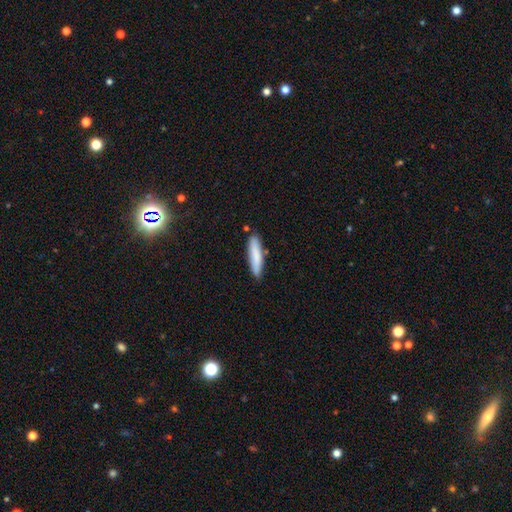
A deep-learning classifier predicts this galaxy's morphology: Smooth or featured? smooth (82%)
How rounded? cigar-shaped (83%)
Merging? none (84%)